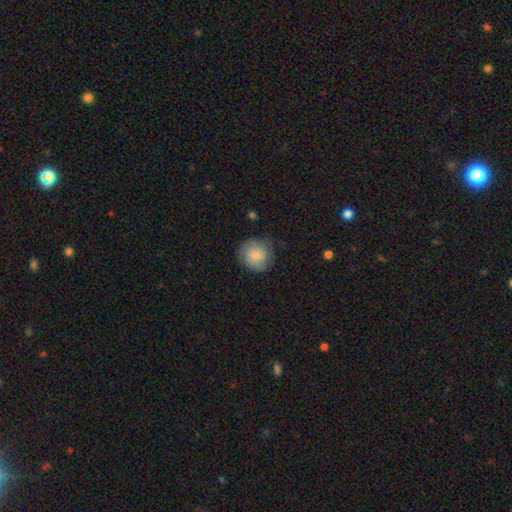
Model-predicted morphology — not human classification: Q: Smooth or featured?
A: smooth (76%); runner-up: featured or disk (17%)
Q: How rounded?
A: round (87%); runner-up: in between (12%)
Q: Merging?
A: none (71%); runner-up: minor disturbance (22%)